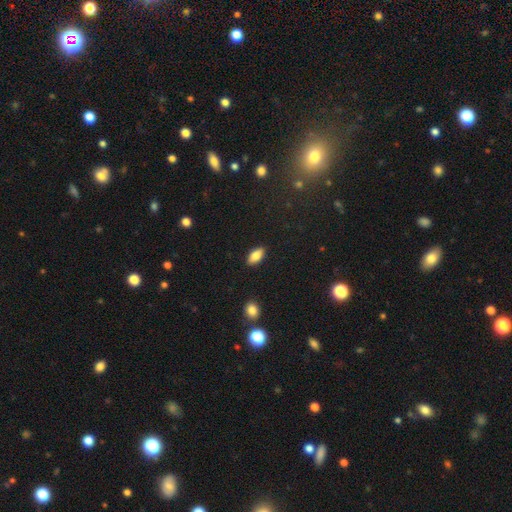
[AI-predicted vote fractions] A smooth galaxy with no disk features (80%) that is in between round and cigar-shaped (88%).

Vote fractions:
- Smooth or featured? smooth: 80% / featured or disk: 12% / star or artifact: 8%
- How rounded? in between: 88% / cigar-shaped: 9% / round: 3%
- Merging? none: 89% / minor disturbance: 8% / major disturbance: 2% / merger: 1%